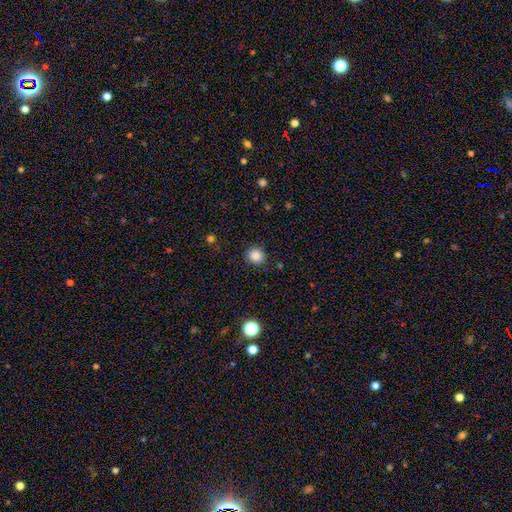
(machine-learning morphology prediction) Overall: smooth (86%). How rounded: round (85%). Merging: none (89%).